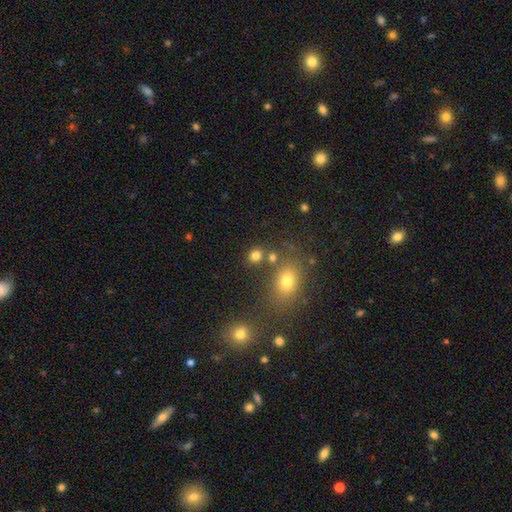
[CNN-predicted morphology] smooth 78%, star or artifact 16%, featured or disk 6%. Down the decision tree: how rounded — round (71%); merging — none (73%).